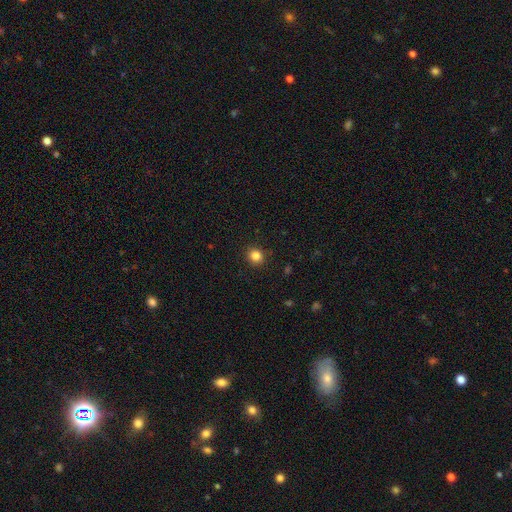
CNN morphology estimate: smooth 84%, star or artifact 12%, featured or disk 4%. Down the decision tree: how rounded — round (85%); merging — none (91%).